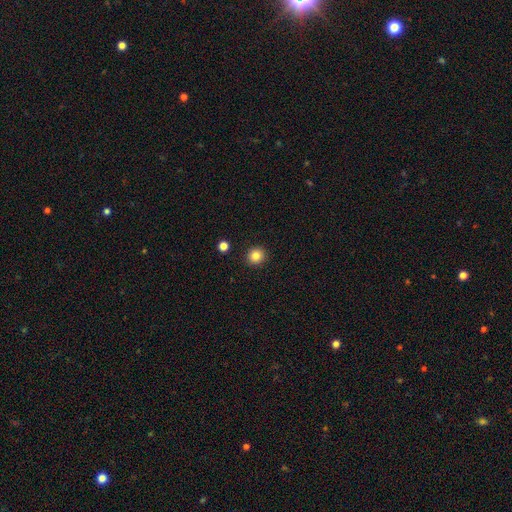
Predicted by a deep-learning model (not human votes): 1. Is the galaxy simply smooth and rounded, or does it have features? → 84% smooth, 11% star or artifact, 5% featured or disk.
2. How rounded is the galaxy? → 92% round, 7% in between, 1% cigar-shaped.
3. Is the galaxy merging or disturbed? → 92% none, 5% minor disturbance, 2% major disturbance, 2% merger.